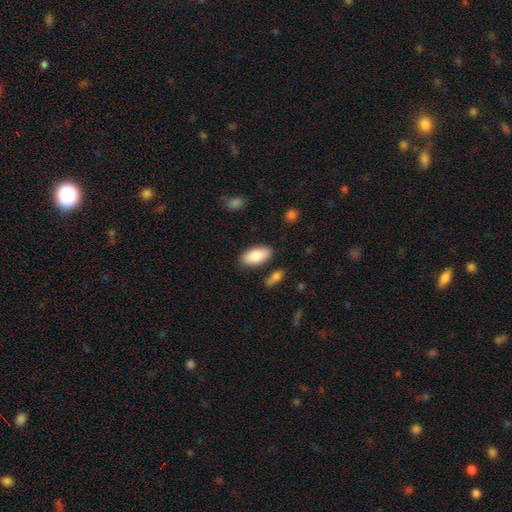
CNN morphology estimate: The model was most divided on "merging": none: 83%, minor disturbance: 11%, merger: 4%, major disturbance: 3%. More confident: how rounded — in between (94%); smooth or featured — smooth (83%).